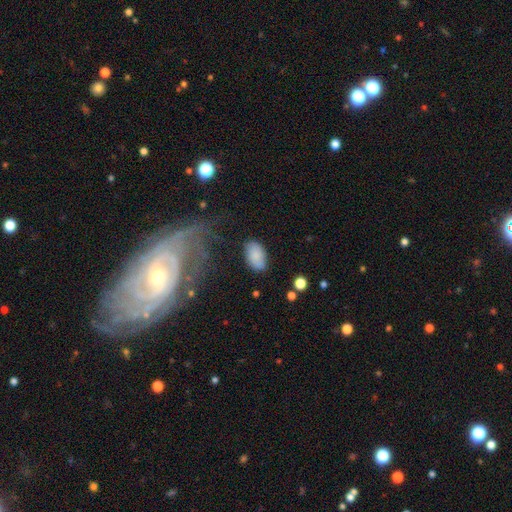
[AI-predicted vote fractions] Overall: smooth (83%). How rounded: in between (93%). Merging: none (80%).